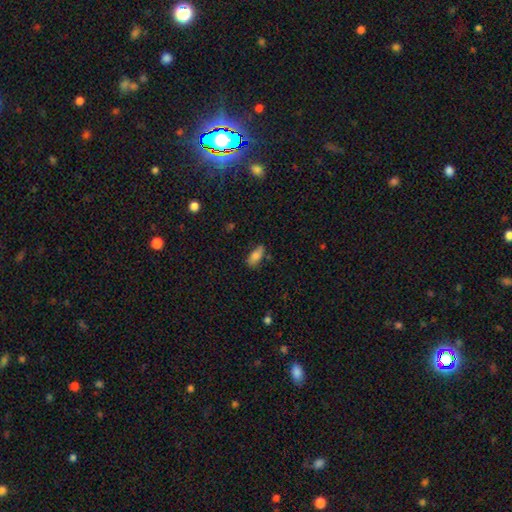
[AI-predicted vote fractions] Morphology: type=smooth (80%); roundness=in between (84%); merging=none (68%).